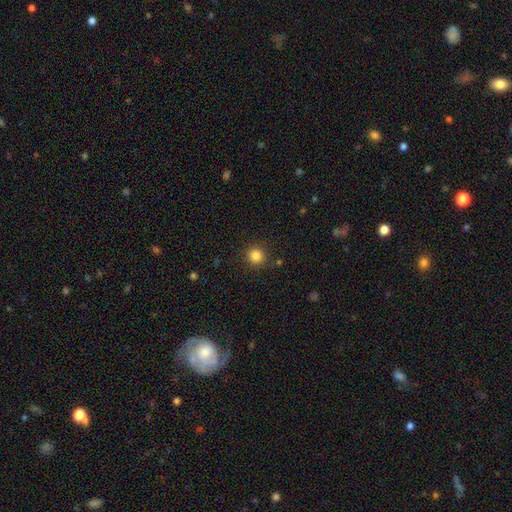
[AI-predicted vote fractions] A smooth galaxy with no disk features (84%) that is round (94%). Merging: none (89%).